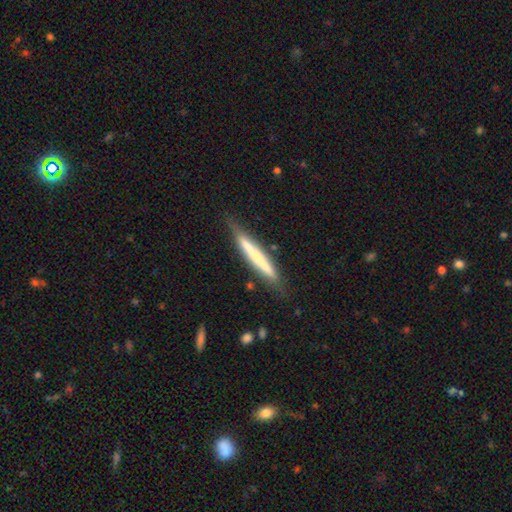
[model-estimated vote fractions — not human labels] Q: Smooth or featured?
A: smooth (52%); runner-up: featured or disk (42%)
Q: How rounded?
A: cigar-shaped (95%); runner-up: in between (4%)
Q: Merging?
A: none (75%); runner-up: minor disturbance (19%)